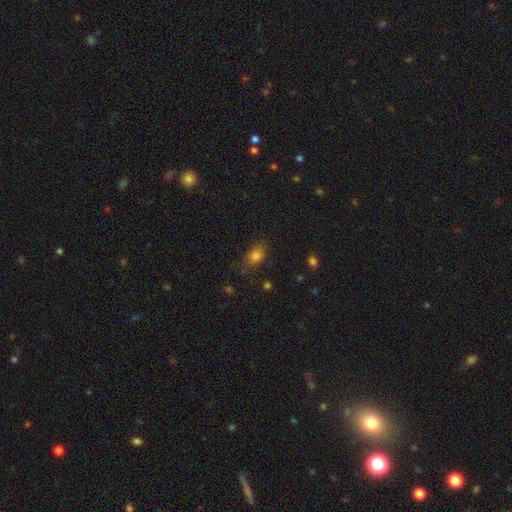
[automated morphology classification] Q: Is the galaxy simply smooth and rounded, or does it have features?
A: smooth — 79%.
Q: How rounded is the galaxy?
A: in between — 73%.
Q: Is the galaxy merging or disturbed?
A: none — 75%.